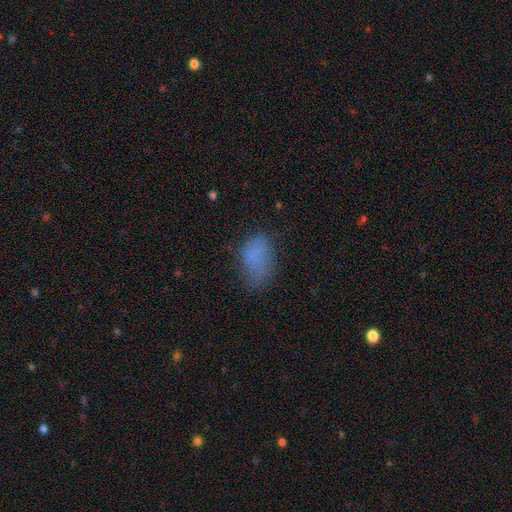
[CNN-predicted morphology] The model was most divided on "merging": none: 49%, minor disturbance: 30%, major disturbance: 18%, merger: 2%. More confident: how rounded — in between (89%); smooth or featured — smooth (77%).